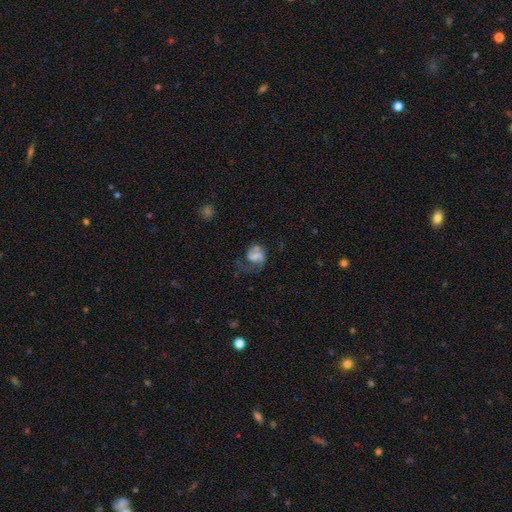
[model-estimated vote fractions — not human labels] A featured or disk galaxy (58%) with no bar (46%), spiral arms (79%) and no central bulge (38%).

Vote fractions:
- Smooth or featured? featured or disk: 58% / smooth: 33% / star or artifact: 9%
- Edge-on disk? no: 98% / yes: 2%
- Bar? no: 46% / weak: 40% / strong: 14%
- Spiral arms? yes: 79% / no: 21%
- Bulge size? none: 38% / small: 24% / moderate: 22% / large: 13% / dominant: 3%
- Merging? major disturbance: 43% / none: 31% / minor disturbance: 21% / merger: 5%